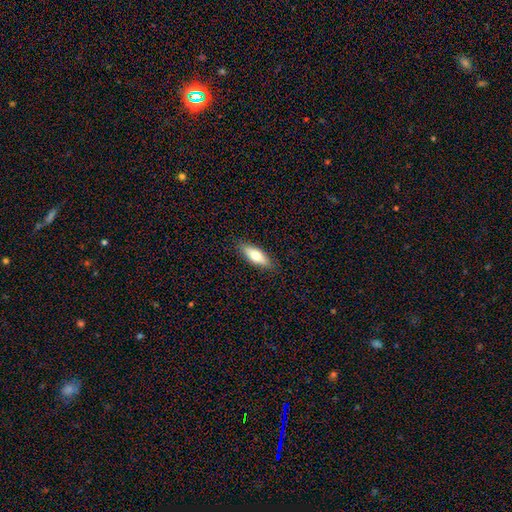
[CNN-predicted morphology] The model was most divided on "how rounded": in between: 61%, cigar-shaped: 37%, round: 2%. More confident: merging — none (88%); smooth or featured — smooth (68%).